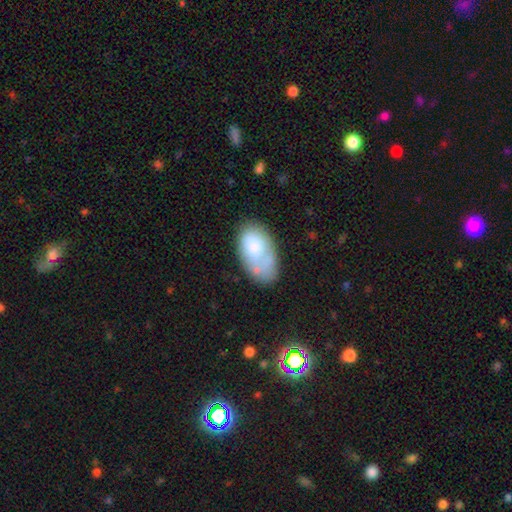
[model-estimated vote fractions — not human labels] Morphology: type=smooth (67%); roundness=in between (94%); merging=none (47%).